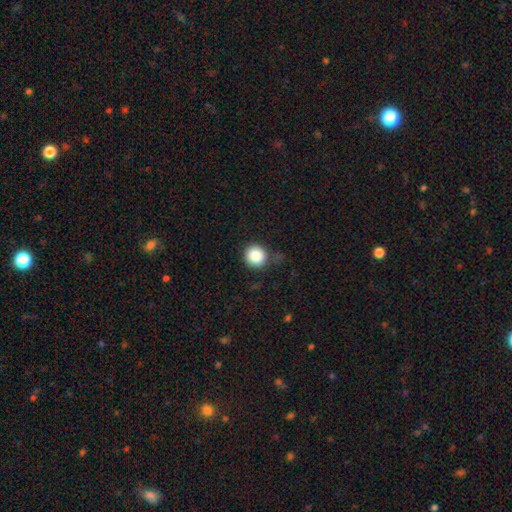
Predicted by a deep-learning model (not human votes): Morphology: type=smooth (86%); roundness=round (92%); merging=none (77%).